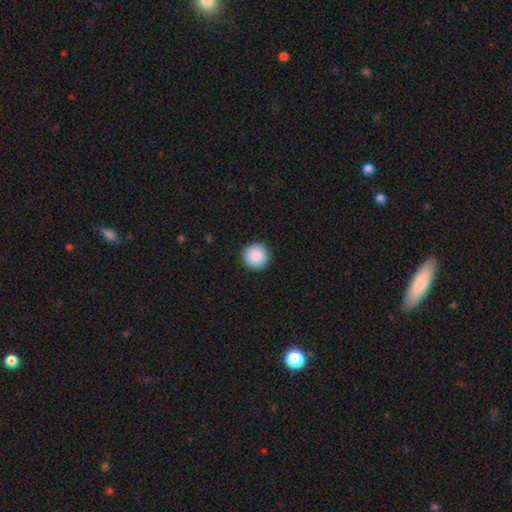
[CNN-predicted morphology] Overall: smooth (90%). How rounded: round (96%). Merging: none (93%).